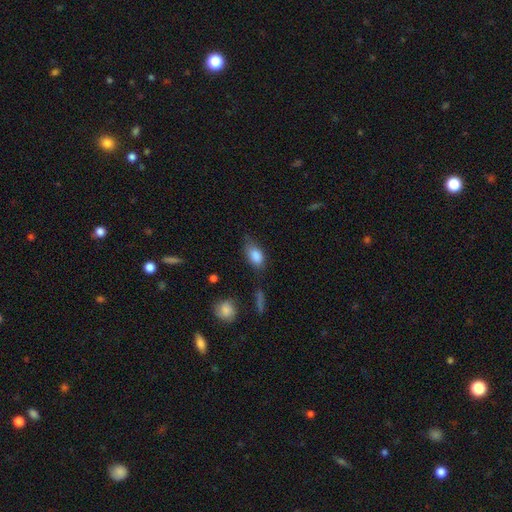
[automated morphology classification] Q: Smooth or featured?
A: smooth (85%); runner-up: star or artifact (8%)
Q: How rounded?
A: in between (87%); runner-up: round (9%)
Q: Merging?
A: none (53%); runner-up: minor disturbance (31%)